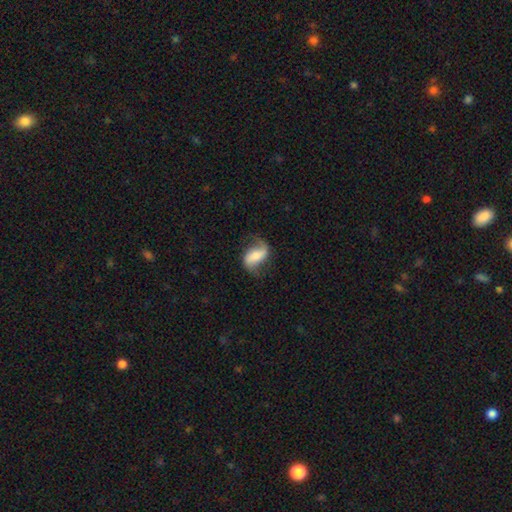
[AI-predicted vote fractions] Smooth or featured? featured or disk (62%)
Edge-on disk? no (96%)
Bar? weak (35%)
Spiral arms? yes (90%)
Spiral winding? loose (66%)
Spiral arm count? 2 (84%)
Bulge size? moderate (31%)
Merging? none (63%)